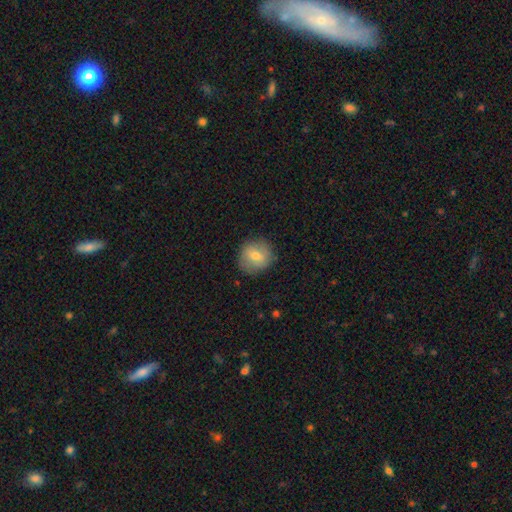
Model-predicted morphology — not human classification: The model was most divided on "smooth or featured": smooth: 69%, featured or disk: 23%, star or artifact: 8%. More confident: how rounded — round (86%); merging — none (83%).